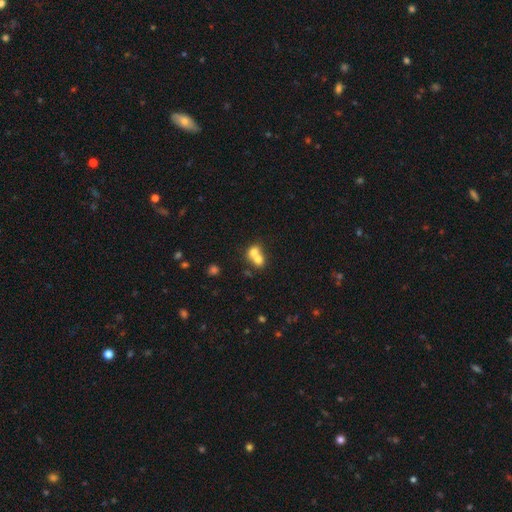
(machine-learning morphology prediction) Q: Smooth or featured?
A: smooth (69%); runner-up: featured or disk (20%)
Q: How rounded?
A: round (64%); runner-up: in between (35%)
Q: Merging?
A: merger (72%); runner-up: none (21%)